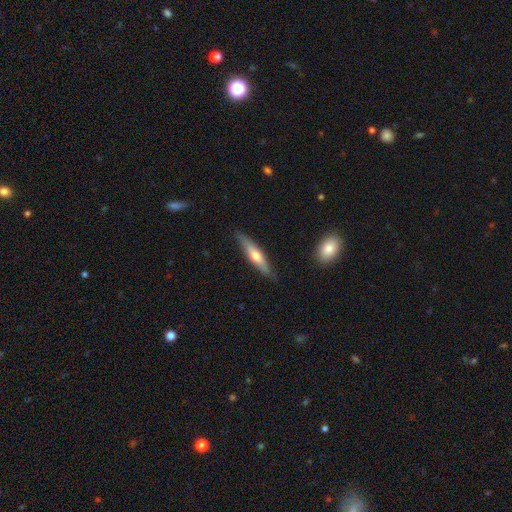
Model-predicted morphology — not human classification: Overall: smooth (52%; featured or disk 43%). How rounded: cigar-shaped (83%). Merging: none (84%).